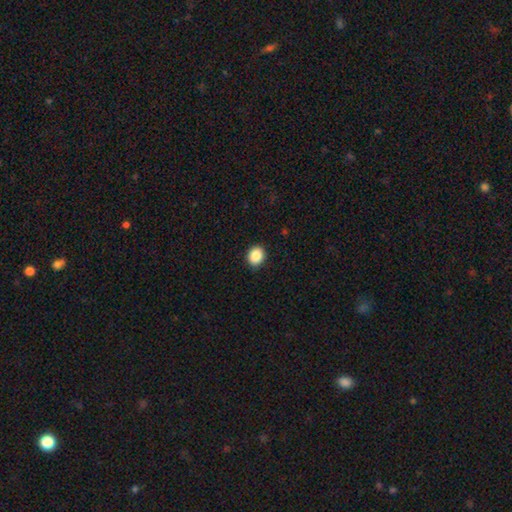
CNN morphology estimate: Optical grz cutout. It shows a smooth galaxy with no disk features (88%) that is round (63%). Merging: none (90%).